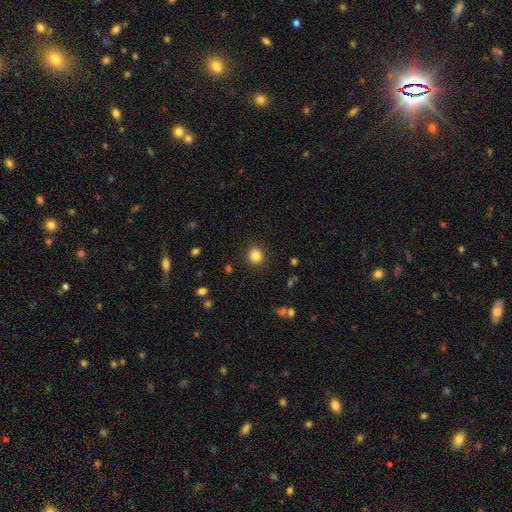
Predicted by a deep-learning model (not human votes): This is clearly a smooth galaxy (84%). How rounded: clearly round (80%). Merging: clearly none (90%).